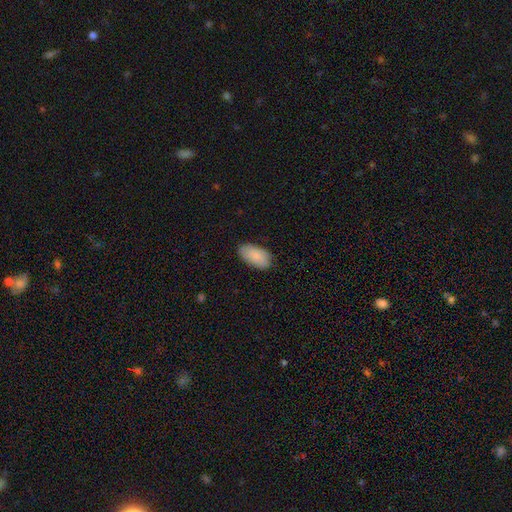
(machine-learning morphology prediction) The model was most divided on "merging": none: 83%, minor disturbance: 14%, major disturbance: 3%, merger: 1%. More confident: how rounded — in between (95%); smooth or featured — smooth (86%).